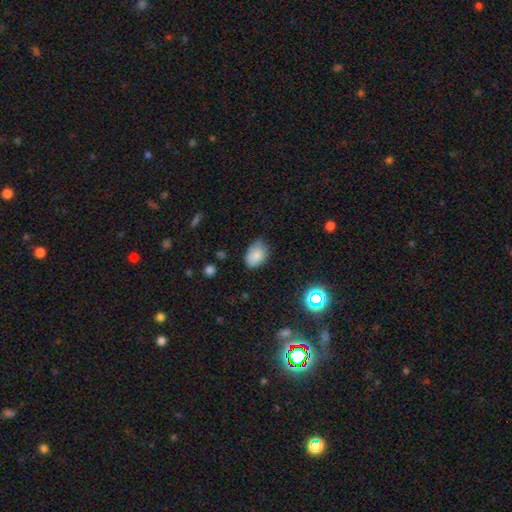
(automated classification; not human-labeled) A smooth galaxy with no disk features (83%) that is in between round and cigar-shaped (82%). Merging: none (65%).